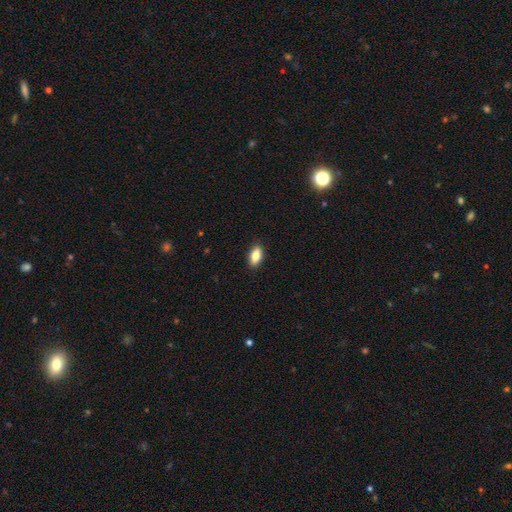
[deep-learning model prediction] A smooth galaxy with no disk features (82%) that is in between round and cigar-shaped (88%). Merging: none (89%).